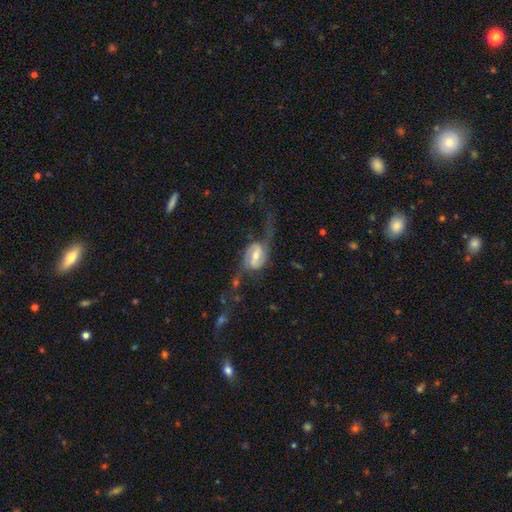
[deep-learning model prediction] Smooth or featured?
  - featured or disk: 80% *
  - smooth: 14%
  - star or artifact: 6%
Edge-on disk?
  - no: 96% *
  - yes: 4%
Bar?
  - weak: 46% *
  - strong: 37%
  - no: 17%
Spiral arms?
  - yes: 91% *
  - no: 9%
Spiral winding?
  - loose: 67% *
  - medium: 25%
  - tight: 8%
Spiral arm count?
  - 2: 91% *
  - can't tell: 3%
  - 1: 3%
  - 3: 1%
  - 4: 1%
  - more than 4: 1%
Bulge size?
  - moderate: 54% *
  - small: 33%
  - large: 8%
  - none: 4%
  - dominant: 2%
Merging?
  - none: 45% *
  - major disturbance: 35%
  - minor disturbance: 16%
  - merger: 4%